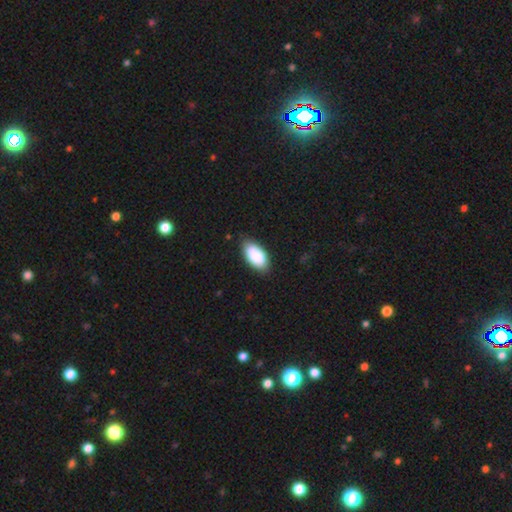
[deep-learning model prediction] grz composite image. It shows a smooth galaxy with no disk features (88%) that is in between round and cigar-shaped (95%). Merging: none (79%).